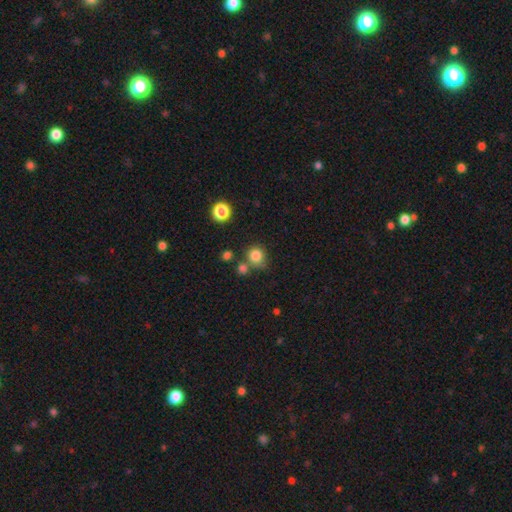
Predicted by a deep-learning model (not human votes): smooth-or-featured: smooth: 81% | star or artifact: 13% | featured or disk: 6%
  how-rounded: round: 83% | in between: 16% | cigar-shaped: 1%
  merging: none: 63% | merger: 16% | minor disturbance: 15% | major disturbance: 5%